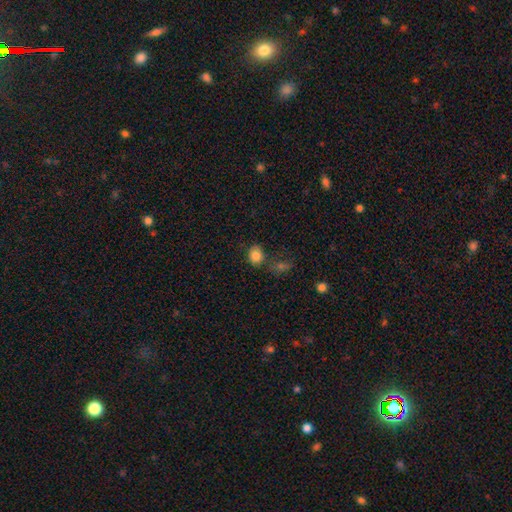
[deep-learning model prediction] A smooth galaxy with no disk features (83%) that is round (53%).

Vote fractions:
- Smooth or featured? smooth: 83% / star or artifact: 11% / featured or disk: 7%
- How rounded? round: 53% / in between: 46% / cigar-shaped: 1%
- Merging? none: 67% / merger: 15% / minor disturbance: 14% / major disturbance: 5%